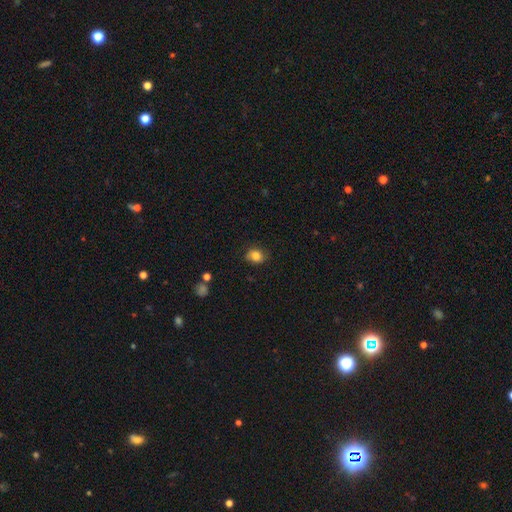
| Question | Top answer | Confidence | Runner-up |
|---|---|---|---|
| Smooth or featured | smooth | 92% | star or artifact (8%) |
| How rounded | round | 69% | in between (31%) |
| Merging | none | 83% | minor disturbance (14%) |